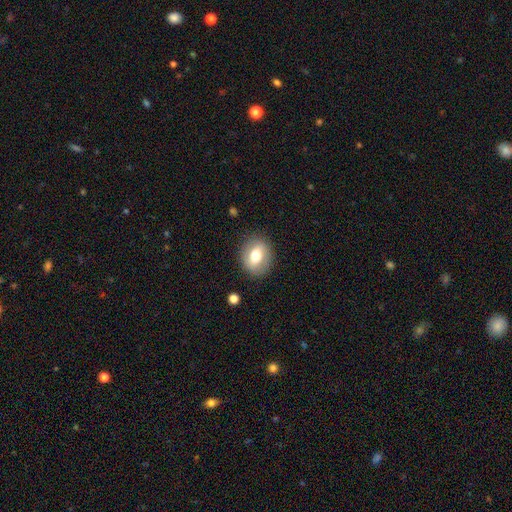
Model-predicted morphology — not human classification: This appears to be a smooth galaxy with no disk features (67%) that is round (53%). Merging: none (86%).